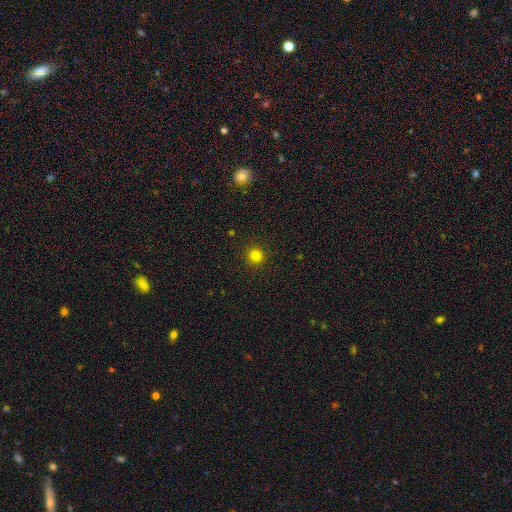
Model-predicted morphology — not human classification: smooth_or_featured: smooth (p=0.81) [alt: star or artifact p=0.14]
how_rounded: round (p=0.95) [alt: in between p=0.04]
merging: none (p=0.93) [alt: minor disturbance p=0.05]